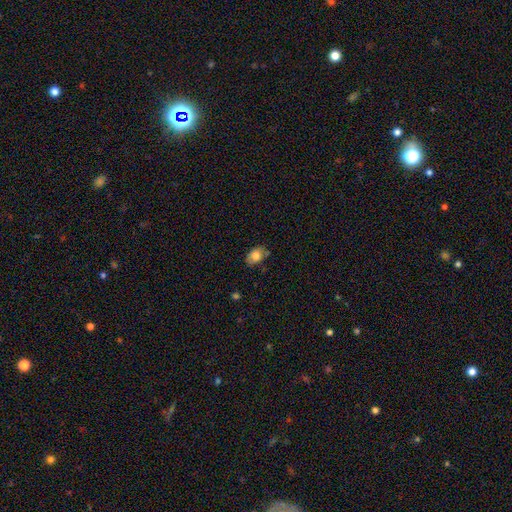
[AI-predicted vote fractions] Q: Smooth or featured?
A: smooth (77%); runner-up: featured or disk (15%)
Q: How rounded?
A: in between (82%); runner-up: round (17%)
Q: Merging?
A: none (67%); runner-up: minor disturbance (25%)